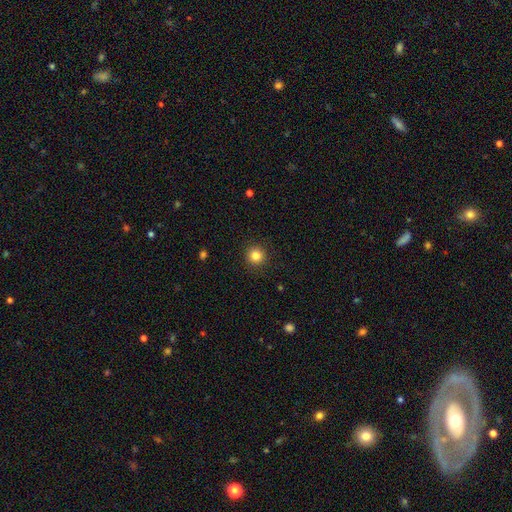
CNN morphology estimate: smooth 84%, star or artifact 11%, featured or disk 5%. Down the decision tree: how rounded — round (94%); merging — none (92%).